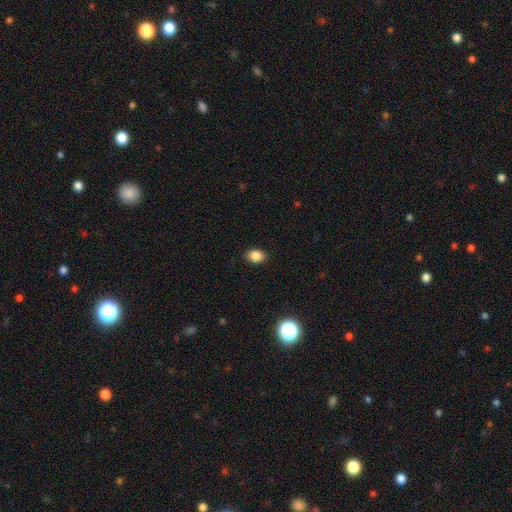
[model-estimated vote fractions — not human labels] Smooth or featured?
  - smooth: 86% *
  - star or artifact: 10%
  - featured or disk: 4%
How rounded?
  - in between: 71% *
  - round: 28%
  - cigar-shaped: 1%
Merging?
  - none: 88% *
  - minor disturbance: 9%
  - major disturbance: 2%
  - merger: 1%